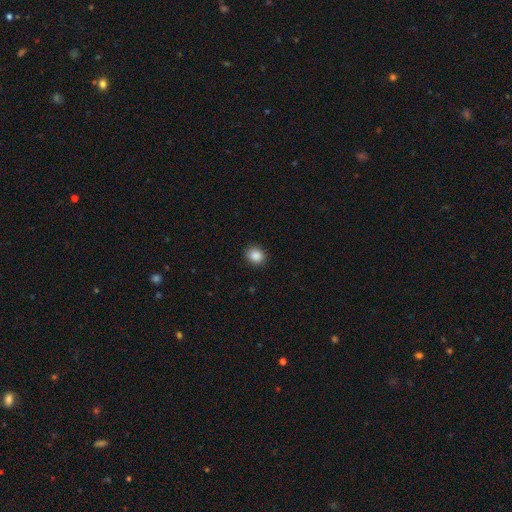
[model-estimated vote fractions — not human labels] The model was most divided on "how rounded": round: 69%, in between: 30%, cigar-shaped: 1%. More confident: merging — none (91%); smooth or featured — smooth (88%).